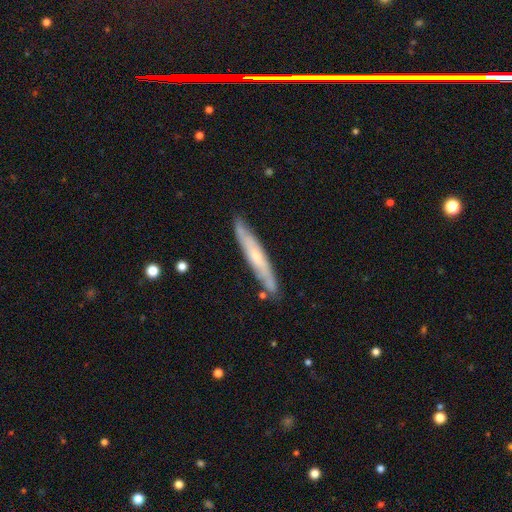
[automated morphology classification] featured or disk 55%, smooth 39%, star or artifact 6%. Down the decision tree: edge-on disk — yes (75%); merging — none (83%).